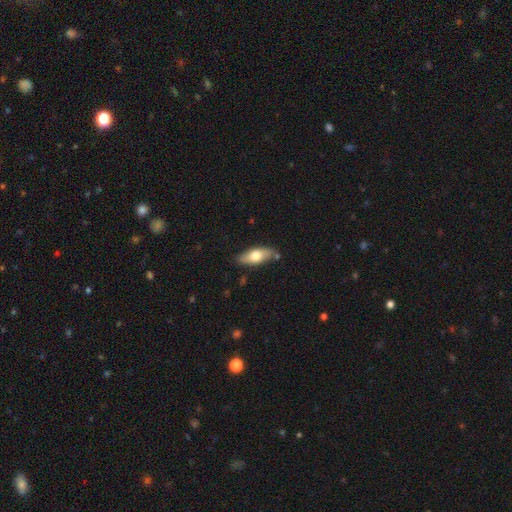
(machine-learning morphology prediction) This appears to be a smooth galaxy with no disk features (65%) that is in between round and cigar-shaped (75%). Merging: none (80%).